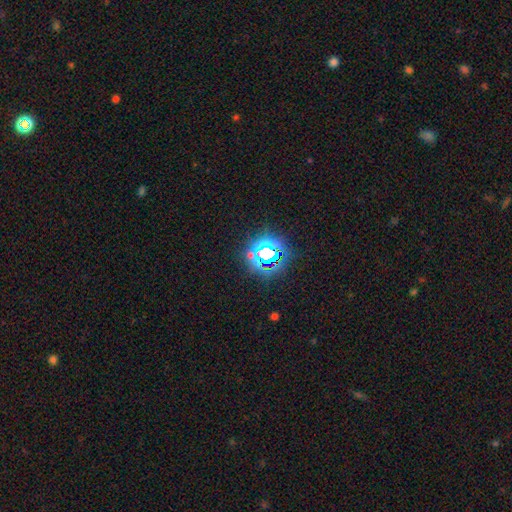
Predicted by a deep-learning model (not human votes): A star or artifact, not a galaxy (78%).

Vote fractions:
- Smooth or featured? star or artifact: 78% / smooth: 14% / featured or disk: 8%